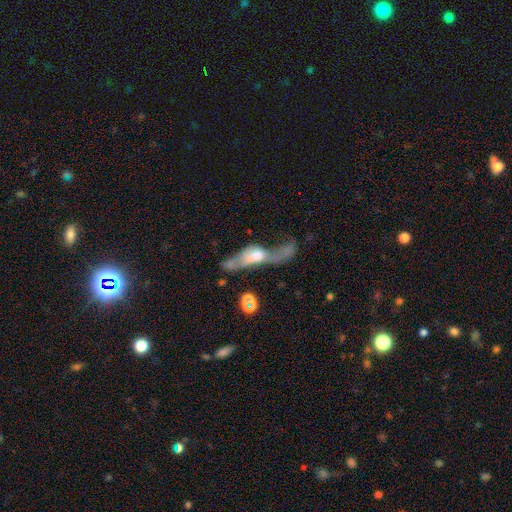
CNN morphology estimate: smooth_or_featured: featured or disk (p=0.62) [alt: smooth p=0.28]
disk_edge_on: no (p=0.62) [alt: yes p=0.38]
merging: major disturbance (p=0.48) [alt: none p=0.21]